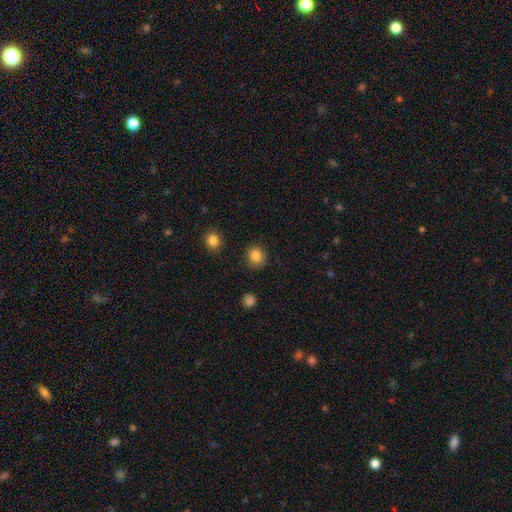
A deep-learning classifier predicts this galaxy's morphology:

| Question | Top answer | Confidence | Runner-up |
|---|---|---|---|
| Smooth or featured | smooth | 85% | star or artifact (10%) |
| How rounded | round | 81% | in between (18%) |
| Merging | none | 89% | minor disturbance (7%) |